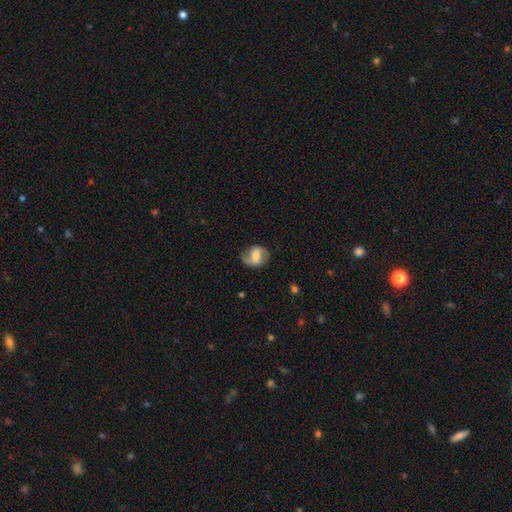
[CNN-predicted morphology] type=featured or disk (64%); edge-on=no (97%); bar=weak (44%); spiral arms=yes (89%); winding=loose (43%); arm count=2 (80%); bulge=moderate (38%); merging=none (71%).